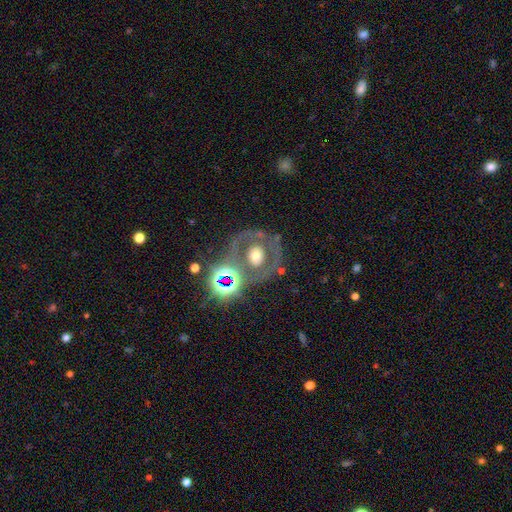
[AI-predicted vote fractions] A featured or disk galaxy (46%). Merging: none (66%).